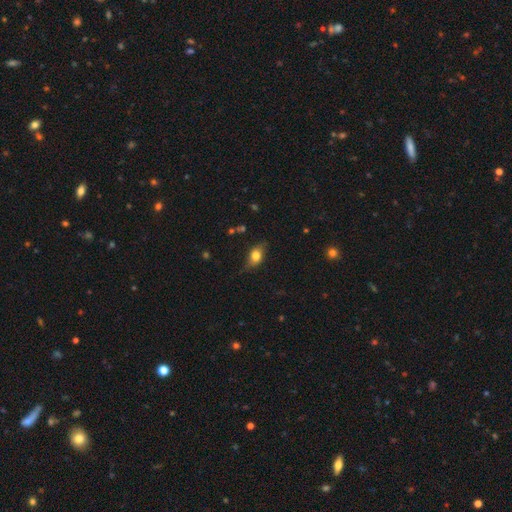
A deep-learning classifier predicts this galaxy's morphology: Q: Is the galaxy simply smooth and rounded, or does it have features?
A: smooth — 71%.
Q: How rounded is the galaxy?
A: in between — 76%.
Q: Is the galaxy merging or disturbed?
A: none — 68%.